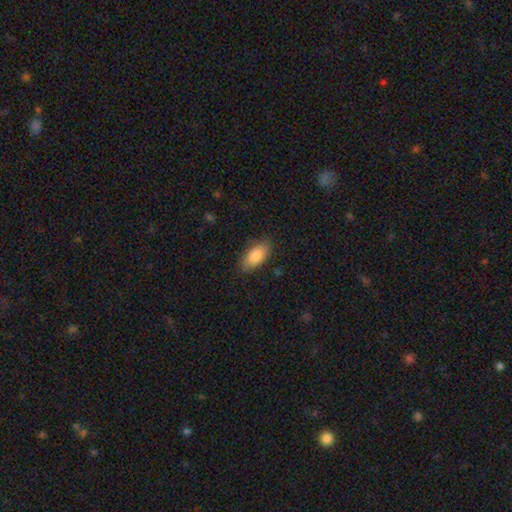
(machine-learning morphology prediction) A smooth galaxy with no disk features (86%) that is in between round and cigar-shaped (91%). Merging: none (81%).